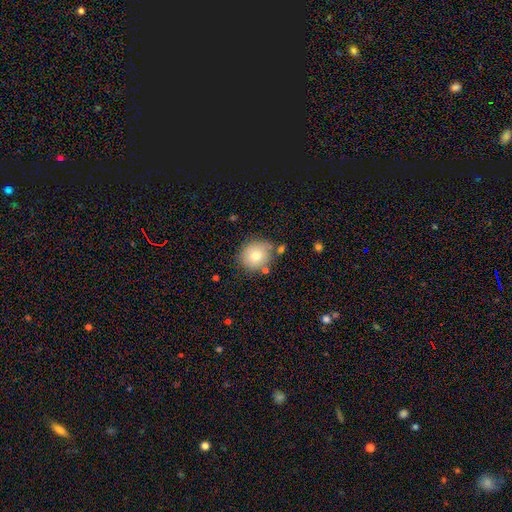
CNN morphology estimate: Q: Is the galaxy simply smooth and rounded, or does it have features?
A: smooth — 74%.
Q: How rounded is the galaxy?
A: round — 83%.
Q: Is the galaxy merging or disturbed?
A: none — 72%.